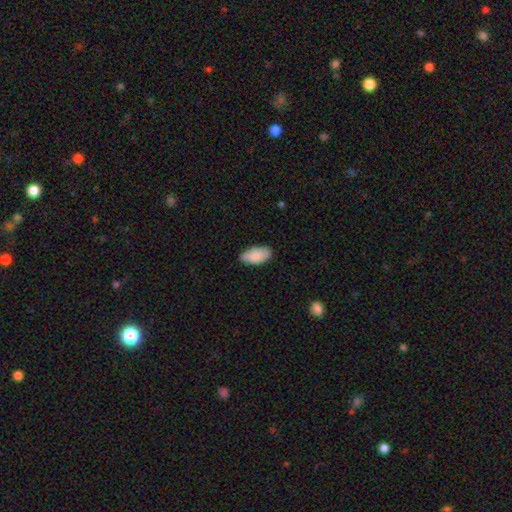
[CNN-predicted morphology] smooth 86%, featured or disk 8%, star or artifact 6%. Down the decision tree: how rounded — in between (94%); merging — none (72%).